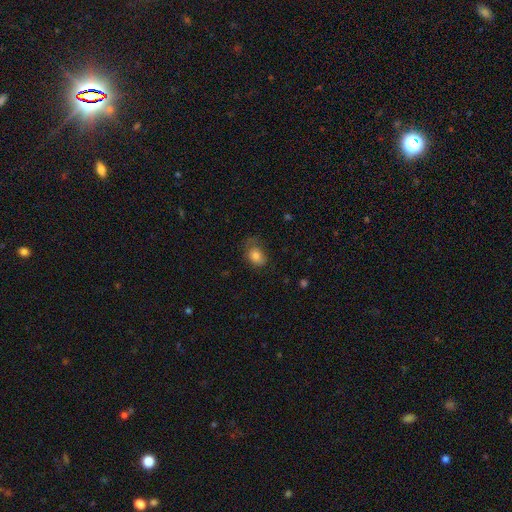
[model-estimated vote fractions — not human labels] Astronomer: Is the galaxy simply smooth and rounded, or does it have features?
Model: smooth — 81%.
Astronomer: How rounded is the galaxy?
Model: in between — 73%.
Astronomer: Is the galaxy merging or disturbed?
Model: none — 54% (runner-up: minor disturbance, 29%).